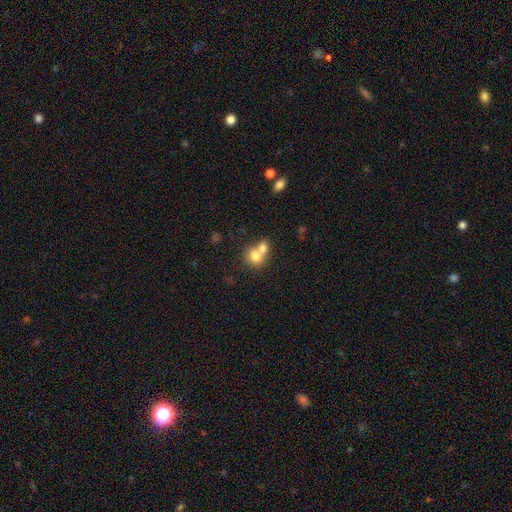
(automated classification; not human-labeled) smooth 75%, featured or disk 15%, star or artifact 10%. Down the decision tree: how rounded — round (63%); merging — merger (63%).